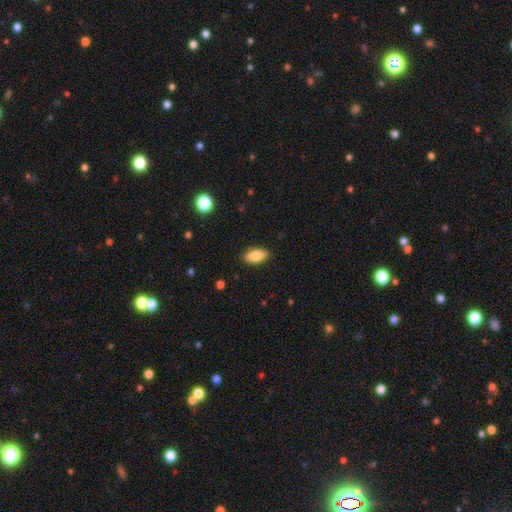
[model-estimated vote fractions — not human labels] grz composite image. It shows a smooth galaxy with no disk features (87%) that is in between round and cigar-shaped (90%). Merging: none (87%).